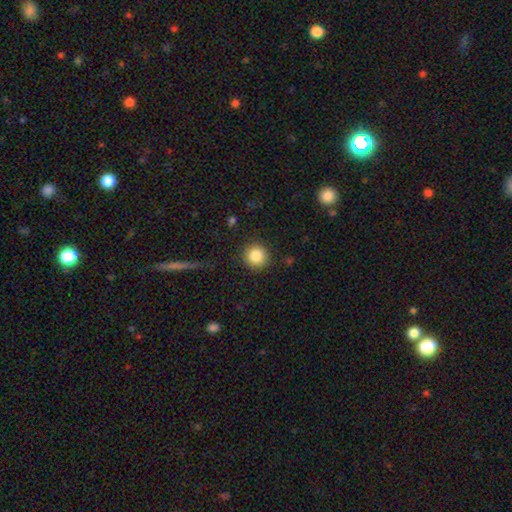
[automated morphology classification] Smooth or featured: smooth — 86% (star or artifact — 9%)
How rounded: round — 94% (in between — 5%)
Merging: none — 90% (minor disturbance — 7%)